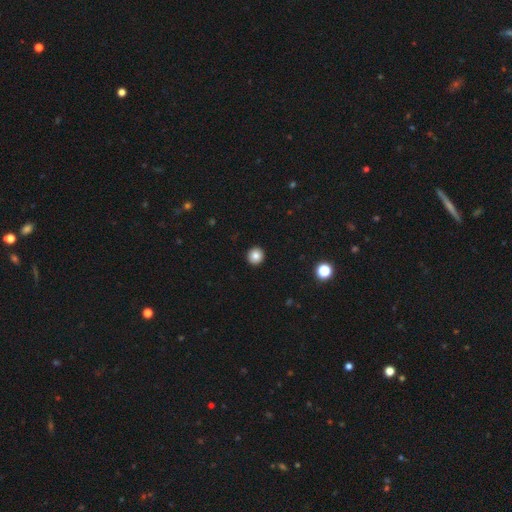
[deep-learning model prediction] A smooth galaxy with no disk features (83%) that is round (93%).

Vote fractions:
- Smooth or featured? smooth: 83% / star or artifact: 10% / featured or disk: 6%
- How rounded? round: 93% / in between: 6% / cigar-shaped: 1%
- Merging? none: 94% / minor disturbance: 4% / major disturbance: 1% / merger: 1%